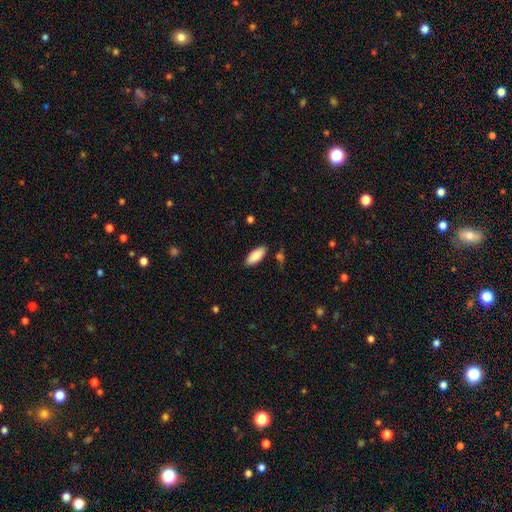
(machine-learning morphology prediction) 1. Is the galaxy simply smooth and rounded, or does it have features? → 87% smooth, 7% featured or disk, 6% star or artifact.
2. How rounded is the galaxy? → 83% in between, 16% cigar-shaped, 2% round.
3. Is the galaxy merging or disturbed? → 83% none, 11% minor disturbance, 3% merger, 3% major disturbance.